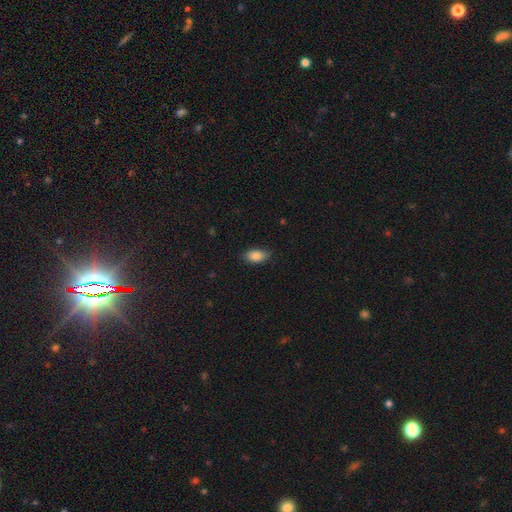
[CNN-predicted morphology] smooth_or_featured: smooth (p=0.87) [alt: star or artifact p=0.07]
how_rounded: in between (p=0.91) [alt: round p=0.05]
merging: none (p=0.82) [alt: minor disturbance p=0.14]